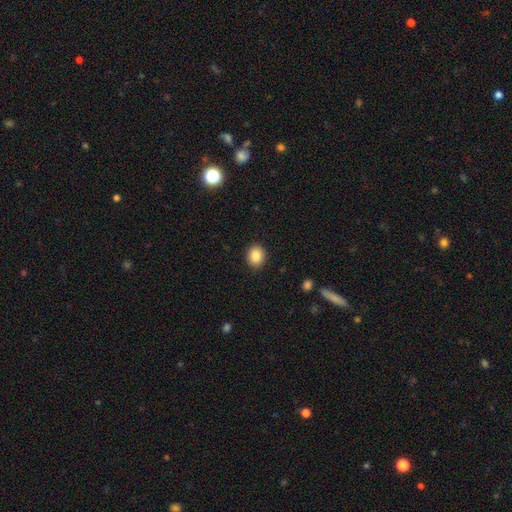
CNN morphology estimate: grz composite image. It shows a smooth galaxy with no disk features (86%) that is round (67%). Merging: none (91%).